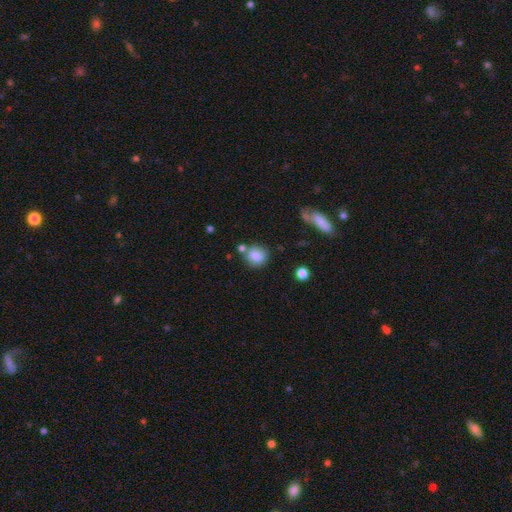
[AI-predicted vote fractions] Smooth or featured: smooth — 84% (star or artifact — 9%)
How rounded: round — 80% (in between — 19%)
Merging: none — 70% (minor disturbance — 14%)